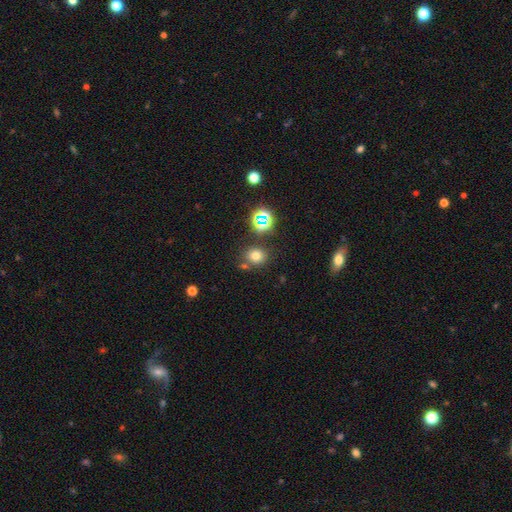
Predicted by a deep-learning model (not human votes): Smooth or featured: smooth — 69% (star or artifact — 22%)
How rounded: round — 75% (in between — 24%)
Merging: none — 73% (merger — 12%)